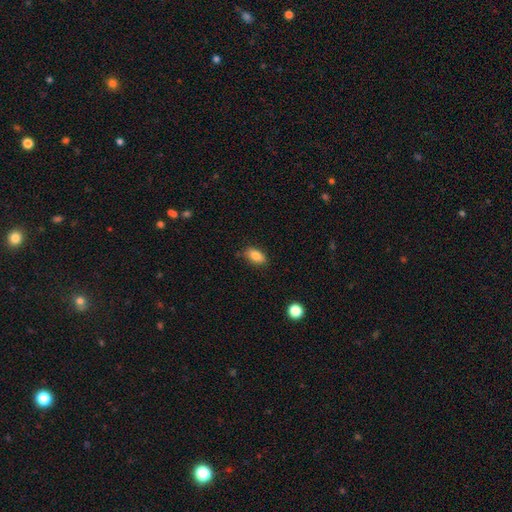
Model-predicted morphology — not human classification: Smooth or featured?
  - smooth: 83% *
  - featured or disk: 8%
  - star or artifact: 8%
How rounded?
  - in between: 88% *
  - round: 7%
  - cigar-shaped: 5%
Merging?
  - none: 80% *
  - minor disturbance: 15%
  - major disturbance: 3%
  - merger: 2%